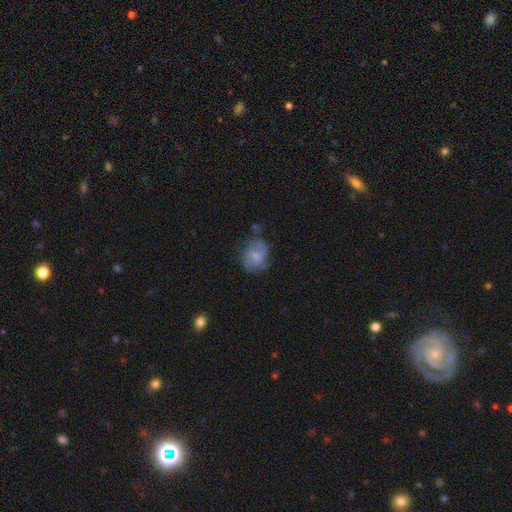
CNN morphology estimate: Smooth or featured? Predicted: smooth (p=0.46). Merging? Predicted: none (p=0.54).